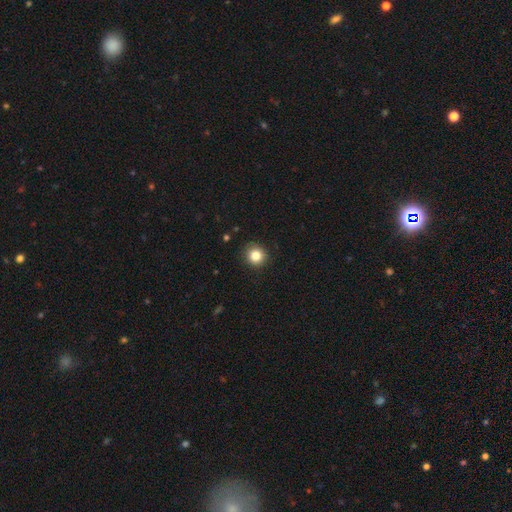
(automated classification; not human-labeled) Smooth or featured: smooth — 84% (star or artifact — 11%)
How rounded: round — 92% (in between — 8%)
Merging: none — 90% (minor disturbance — 7%)